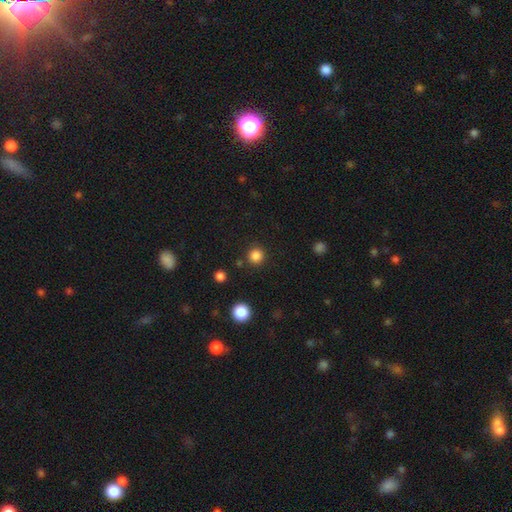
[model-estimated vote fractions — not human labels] Smooth or featured? Predicted: smooth (p=0.84). How rounded? Predicted: round (p=0.94). Merging? Predicted: none (p=0.88).